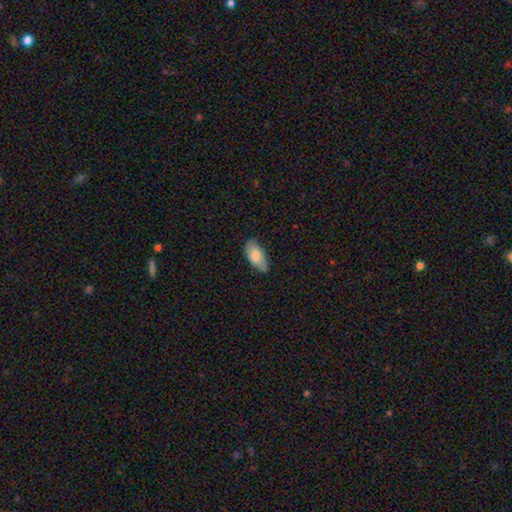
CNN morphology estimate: A smooth galaxy with no disk features (79%) that is in between round and cigar-shaped (91%). Merging: none (71%).